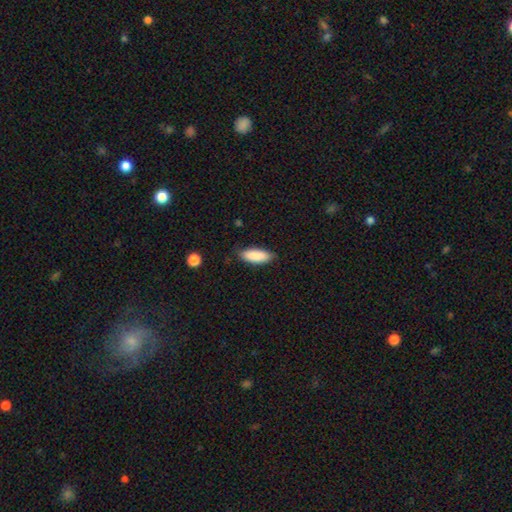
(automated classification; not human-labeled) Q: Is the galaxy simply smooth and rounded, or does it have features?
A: smooth — 88%.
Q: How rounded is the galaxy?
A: in between — 75%.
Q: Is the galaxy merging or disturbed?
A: none — 81%.